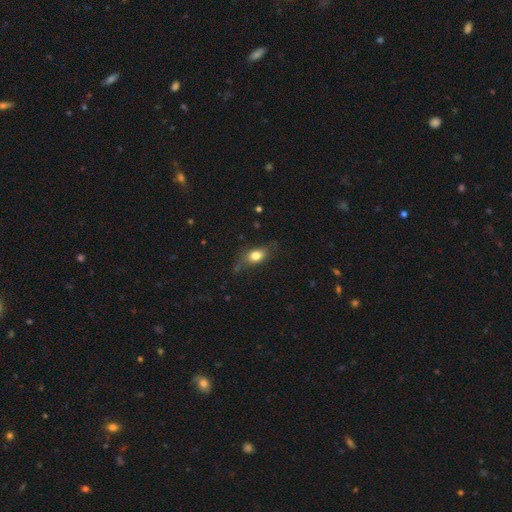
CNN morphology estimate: smooth-or-featured: smooth: 73% | featured or disk: 18% | star or artifact: 9%
  how-rounded: in between: 73% | round: 19% | cigar-shaped: 8%
  merging: none: 60% | minor disturbance: 27% | major disturbance: 11% | merger: 2%